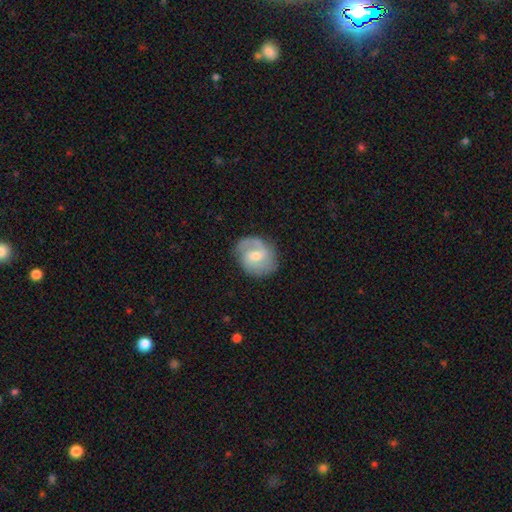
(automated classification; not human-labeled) This appears to be a featured or disk galaxy (78%) with a weak bar (57%), 2 (70%) medium (49%) spiral arms (95%) and a moderate central bulge (54%). Merging: none (77%).